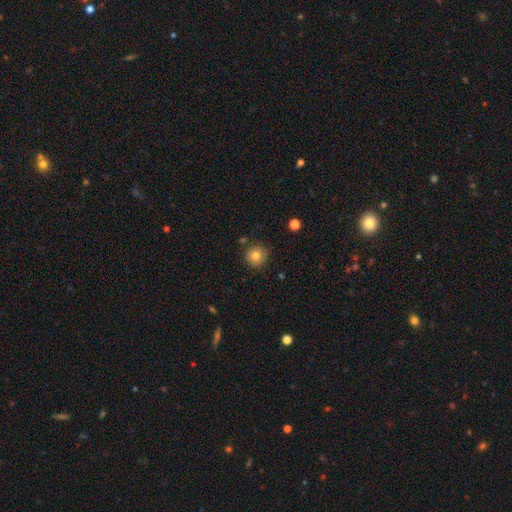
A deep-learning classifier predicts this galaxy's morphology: A smooth galaxy with no disk features (79%) that is round (94%). Merging: none (86%).